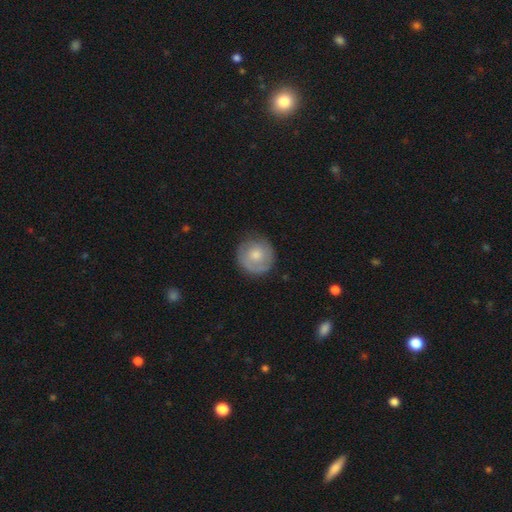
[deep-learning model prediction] A smooth galaxy with no disk features (61%) that is round (94%). Merging: none (81%).